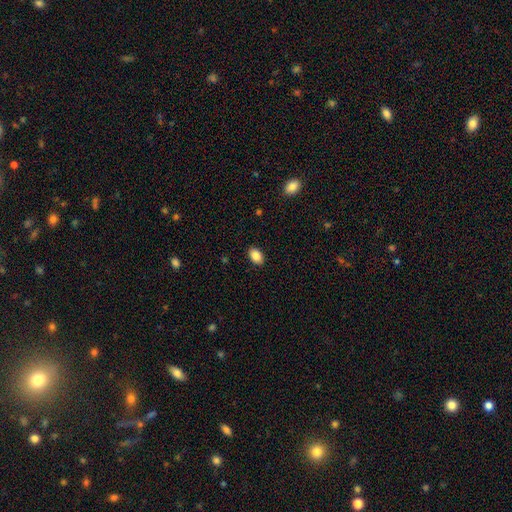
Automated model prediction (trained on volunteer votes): A smooth galaxy with no disk features (87%) that is in between round and cigar-shaped (87%).

Vote fractions:
- Smooth or featured? smooth: 87% / star or artifact: 8% / featured or disk: 5%
- How rounded? in between: 87% / round: 12% / cigar-shaped: 1%
- Merging? none: 89% / minor disturbance: 8% / major disturbance: 2% / merger: 1%